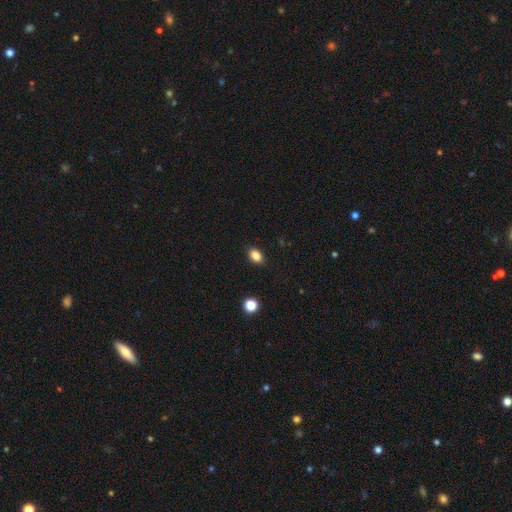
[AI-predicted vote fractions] Morphology: type=smooth (85%); roundness=in between (81%); merging=none (88%).